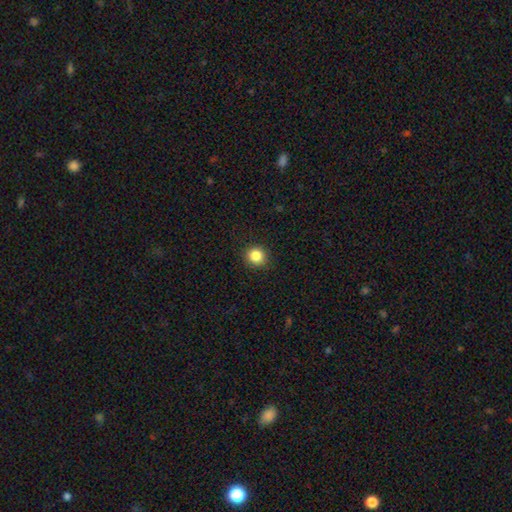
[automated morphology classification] A smooth galaxy with no disk features (84%) that is round (89%). Merging: none (91%).